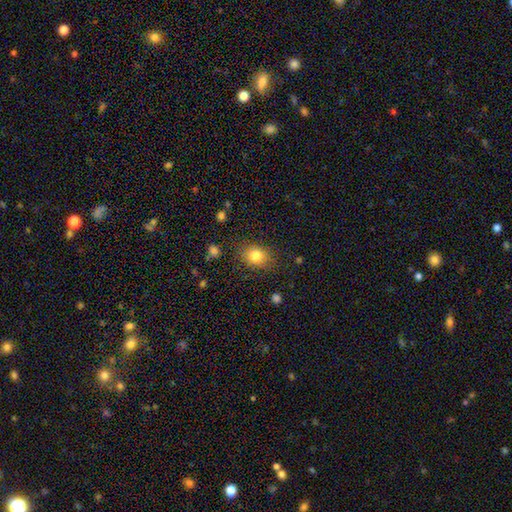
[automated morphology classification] type=smooth (82%); roundness=in between (50%); merging=none (82%).